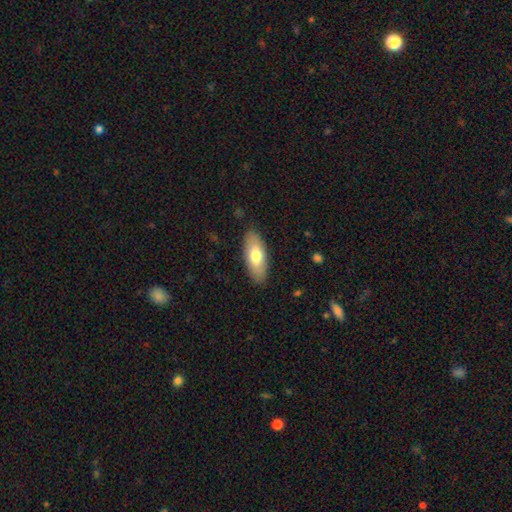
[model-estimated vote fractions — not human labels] Overall: smooth (70%). How rounded: in between (79%). Merging: none (87%).